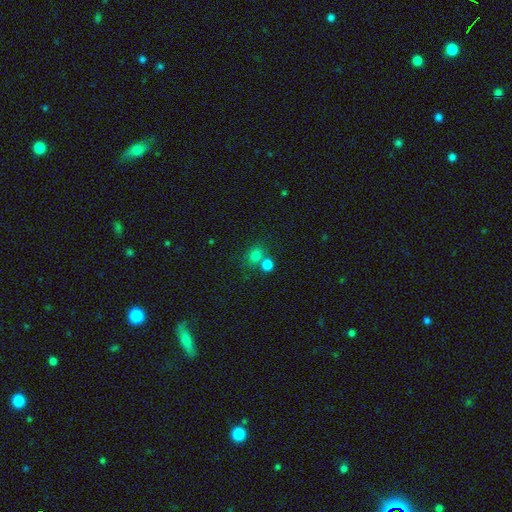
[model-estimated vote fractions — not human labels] smooth_or_featured: smooth (p=0.77) [alt: star or artifact p=0.15]
how_rounded: round (p=0.67) [alt: in between p=0.32]
merging: none (p=0.52) [alt: merger p=0.35]